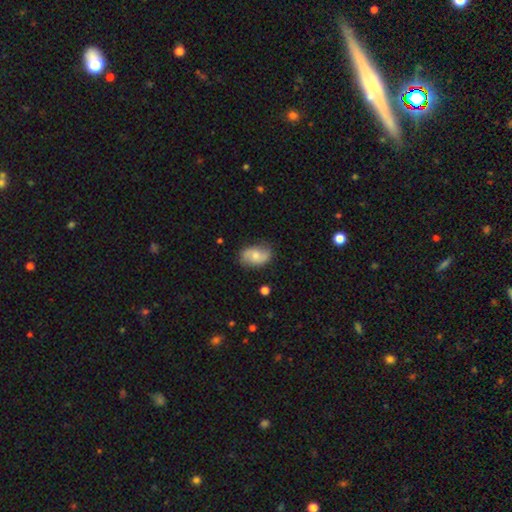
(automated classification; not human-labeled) This is possibly a featured or disk galaxy (50%). It is clearly not viewed edge-on (96%). Merging: likely none (77%).